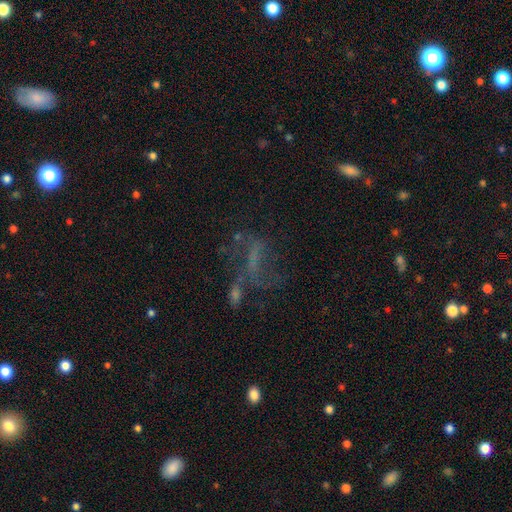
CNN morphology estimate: Q: Smooth or featured?
A: featured or disk (42%); runner-up: star or artifact (32%)
Q: Merging?
A: none (39%); runner-up: major disturbance (33%)